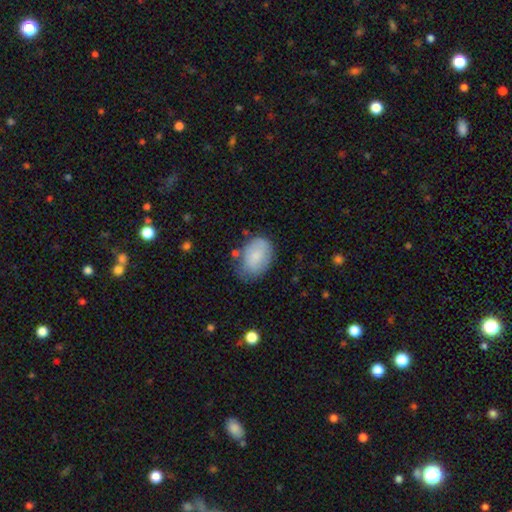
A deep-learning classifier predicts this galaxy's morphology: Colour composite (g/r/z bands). It shows a smooth galaxy with no disk features (75%) that is in between round and cigar-shaped (82%). Merging: none (57%).